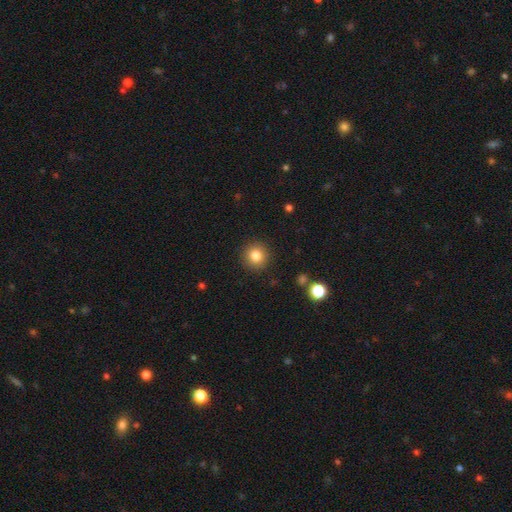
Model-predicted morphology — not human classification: smooth_or_featured: smooth (p=0.83) [alt: star or artifact p=0.11]
how_rounded: round (p=0.93) [alt: in between p=0.06]
merging: none (p=0.91) [alt: minor disturbance p=0.06]